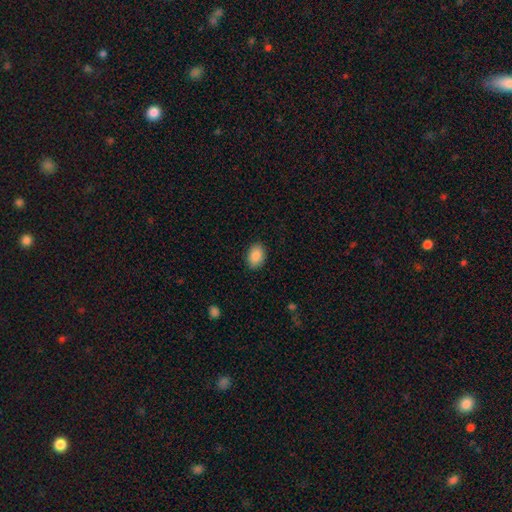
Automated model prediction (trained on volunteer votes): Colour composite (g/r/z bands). It shows a smooth galaxy with no disk features (89%) that is in between round and cigar-shaped (84%). Merging: none (88%).